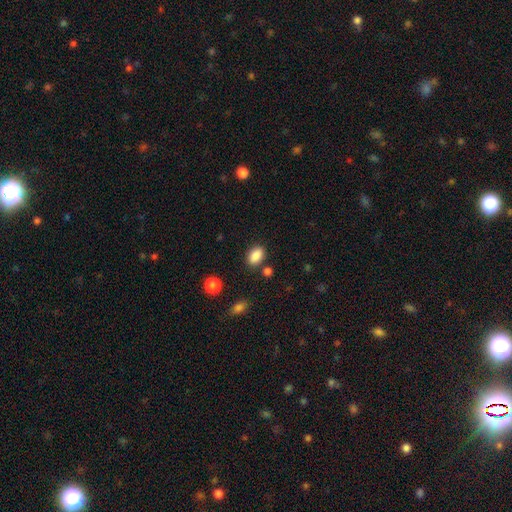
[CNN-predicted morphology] Smooth or featured? smooth (87%)
How rounded? in between (85%)
Merging? none (81%)